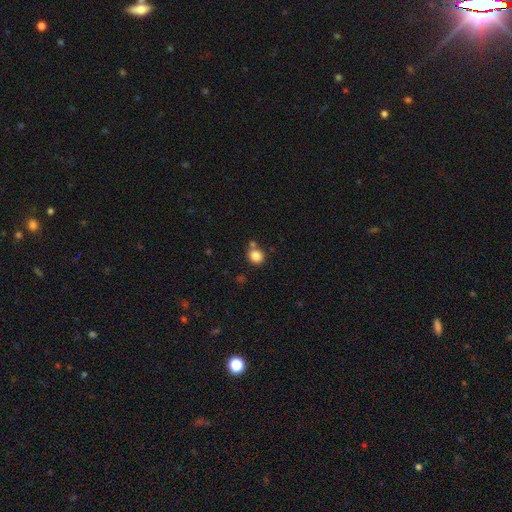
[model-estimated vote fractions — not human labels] This appears to be a smooth galaxy with no disk features (85%) that is round (73%). Merging: none (64%).